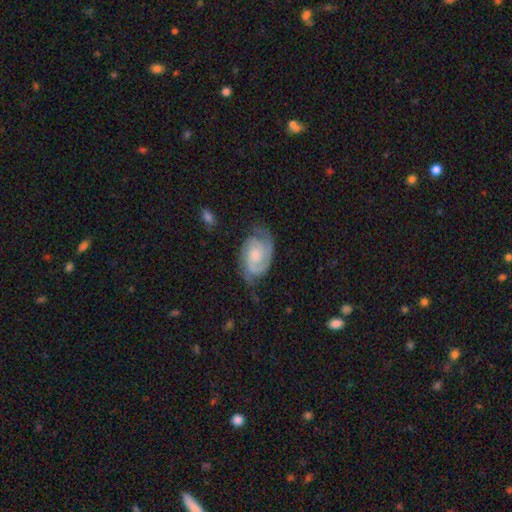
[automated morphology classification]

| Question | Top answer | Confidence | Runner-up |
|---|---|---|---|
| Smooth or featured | featured or disk | 84% | smooth (11%) |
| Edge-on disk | no | 97% | yes (3%) |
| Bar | no | 67% | weak (28%) |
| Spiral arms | yes | 97% | no (3%) |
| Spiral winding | tight | 56% | medium (36%) |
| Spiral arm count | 2 | 80% | can't tell (8%) |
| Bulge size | moderate | 38% | small (34%) |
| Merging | none | 69% | minor disturbance (21%) |